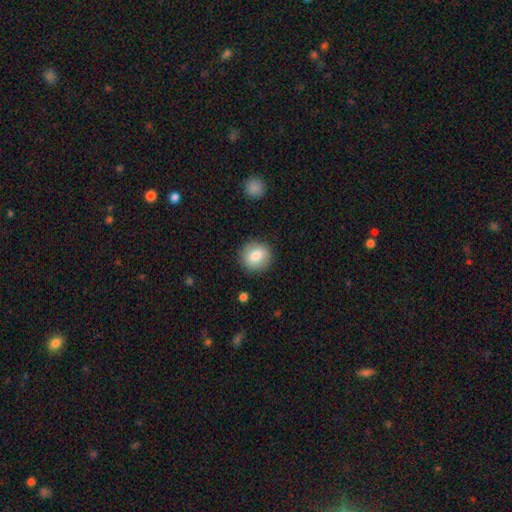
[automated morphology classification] This is clearly a smooth galaxy (82%). How rounded: clearly round (83%). Merging: clearly none (88%).